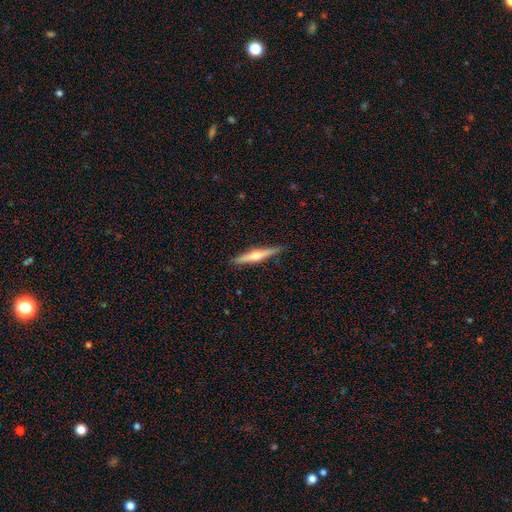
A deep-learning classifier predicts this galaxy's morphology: Q: Smooth or featured?
A: featured or disk (59%); runner-up: smooth (36%)
Q: Edge-on disk?
A: yes (97%); runner-up: no (3%)
Q: Edge-on bulge?
A: rounded (85%); runner-up: none (9%)
Q: Merging?
A: none (89%); runner-up: minor disturbance (9%)